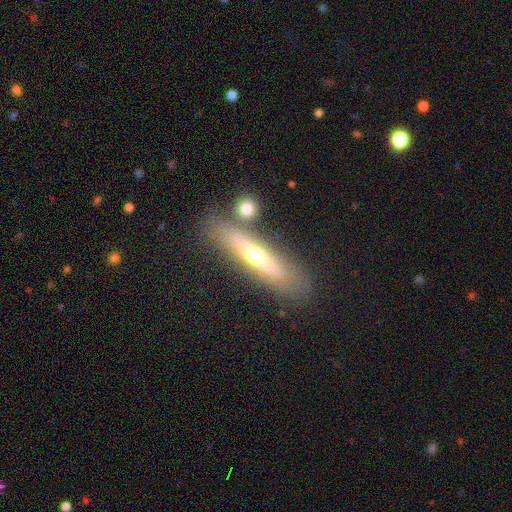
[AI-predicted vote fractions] Morphology: type=featured or disk (50%); merging=none (75%).